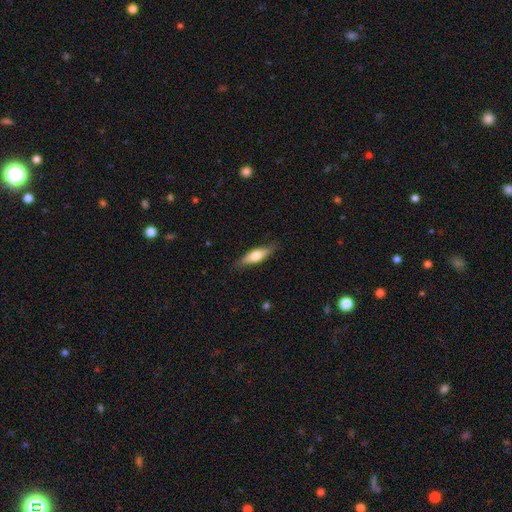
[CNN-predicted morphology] Smooth or featured? smooth (52%)
How rounded? cigar-shaped (57%)
Merging? none (84%)